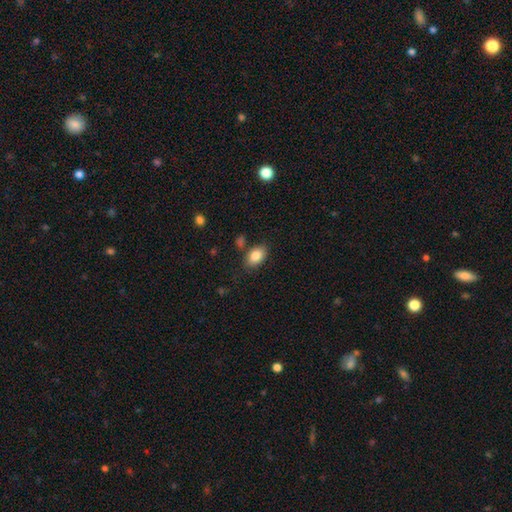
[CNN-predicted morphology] Overall: smooth (84%). How rounded: in between (87%). Merging: none (79%).